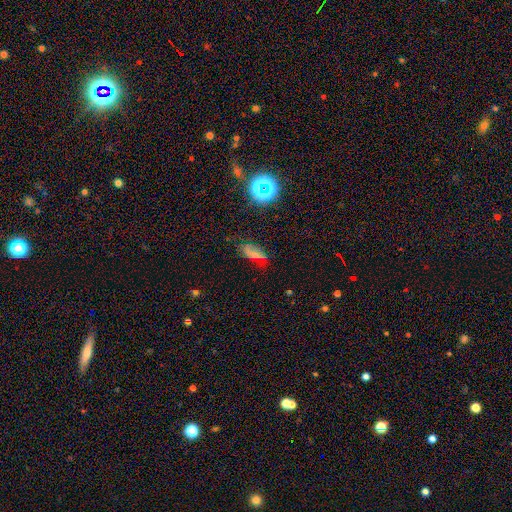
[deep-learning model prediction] Smooth or featured? smooth (37%)
Merging? none (62%)